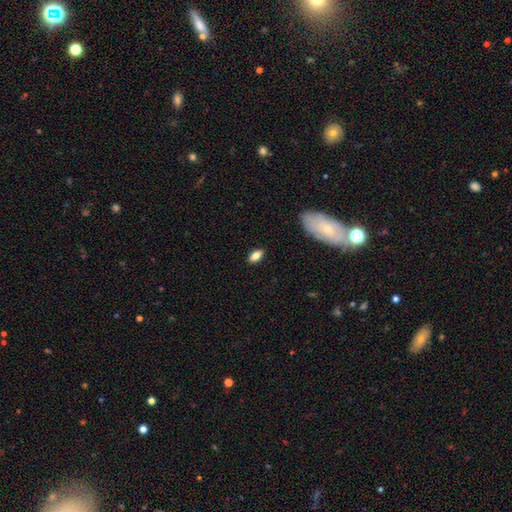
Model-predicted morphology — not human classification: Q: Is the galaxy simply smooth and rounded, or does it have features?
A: smooth — 79%.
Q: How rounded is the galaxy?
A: in between — 85%.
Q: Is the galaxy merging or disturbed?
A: none — 86%.